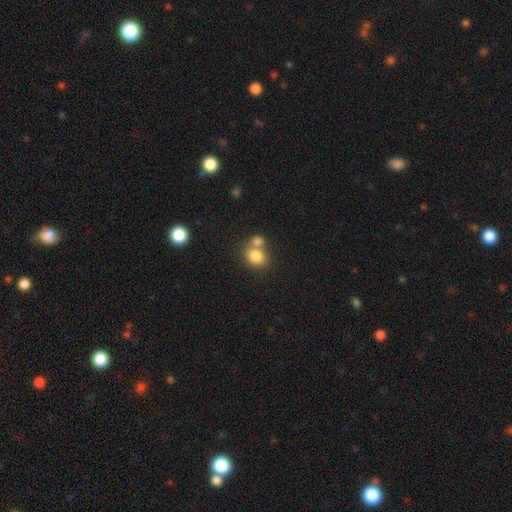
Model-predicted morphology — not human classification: Smooth or featured?
  - smooth: 81% *
  - star or artifact: 10%
  - featured or disk: 9%
How rounded?
  - round: 64% *
  - in between: 35%
  - cigar-shaped: 1%
Merging?
  - merger: 44% * (tied)
  - none: 44% * (tied)
  - minor disturbance: 9%
  - major disturbance: 4%